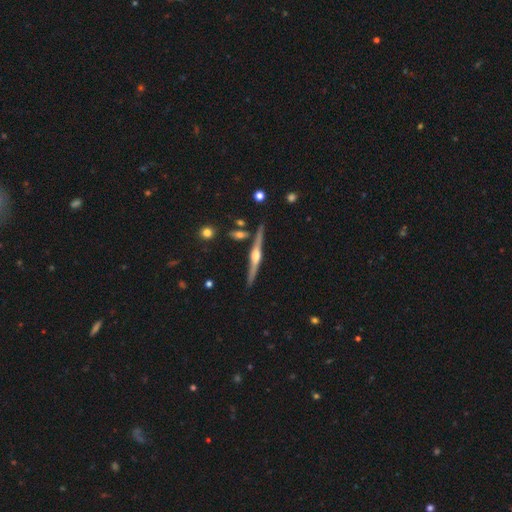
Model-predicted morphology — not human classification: Smooth or featured?
  - featured or disk: 83% *
  - smooth: 12%
  - star or artifact: 5%
Edge-on disk?
  - yes: 98% *
  - no: 2%
Edge-on bulge?
  - rounded: 92% *
  - boxy: 6%
  - none: 3%
Merging?
  - none: 86% *
  - minor disturbance: 8%
  - merger: 4%
  - major disturbance: 2%